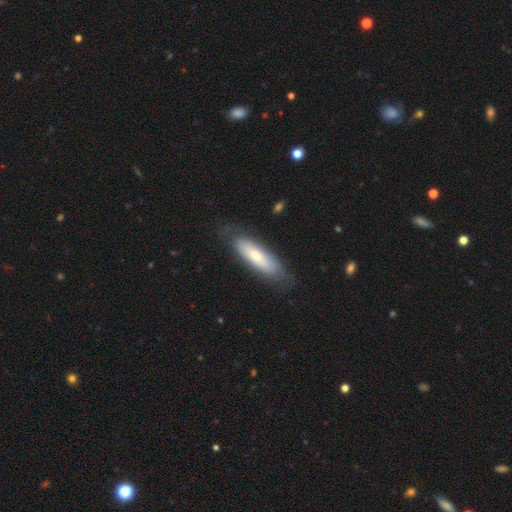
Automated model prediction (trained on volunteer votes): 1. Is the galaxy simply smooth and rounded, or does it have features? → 60% smooth, 34% featured or disk, 6% star or artifact.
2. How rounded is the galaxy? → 51% cigar-shaped, 47% in between, 2% round.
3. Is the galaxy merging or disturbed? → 75% none, 18% minor disturbance, 6% major disturbance, 1% merger.